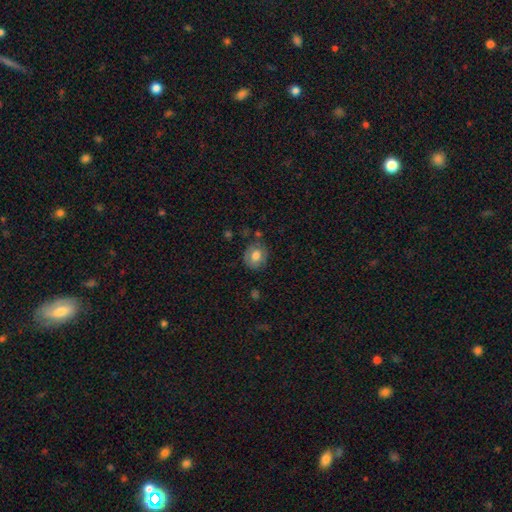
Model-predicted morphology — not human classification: A smooth galaxy with no disk features (67%) that is round (68%). Merging: none (75%).